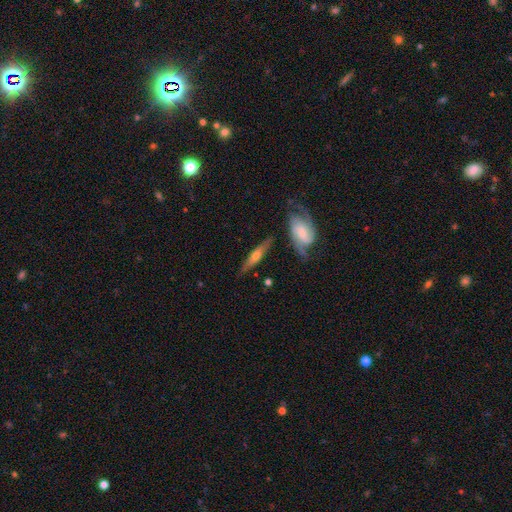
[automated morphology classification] A featured or disk galaxy (68%) viewed edge-on (86%) with a rounded central bulge (86%).

Vote fractions:
- Smooth or featured? featured or disk: 68% / smooth: 27% / star or artifact: 5%
- Edge-on disk? yes: 86% / no: 14%
- Edge-on bulge? rounded: 86% / none: 9% / boxy: 5%
- Merging? none: 77% / minor disturbance: 15% / merger: 5% / major disturbance: 4%